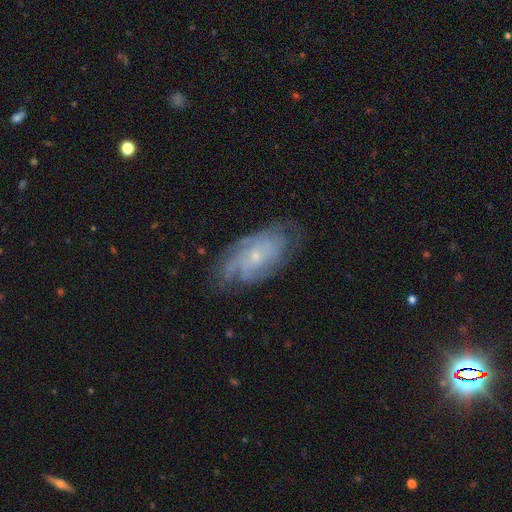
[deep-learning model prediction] smooth-or-featured: featured or disk: 74% | smooth: 18% | star or artifact: 8%
  disk-edge-on: no: 93% | yes: 7%
    bar: no: 77% | weak: 20% | strong: 3%
    has-spiral-arms: yes: 90% | no: 10%
      spiral-winding: tight: 57% | medium: 32% | loose: 11%
      spiral-arm-count: can't tell: 49% | 2: 14% | 3: 13% | 4: 13% | more than 4: 6% | 1: 5%
    bulge-size: small: 75% | moderate: 20% | none: 3% | large: 1% | dominant: 1%
  merging: none: 70% | minor disturbance: 21% | major disturbance: 8% | merger: 1%